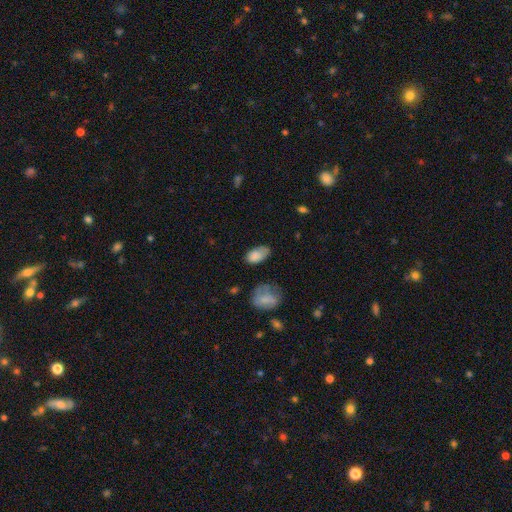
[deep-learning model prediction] The model was most divided on "merging": none: 56%, minor disturbance: 31%, major disturbance: 10%, merger: 4%. More confident: how rounded — in between (92%); smooth or featured — smooth (82%).